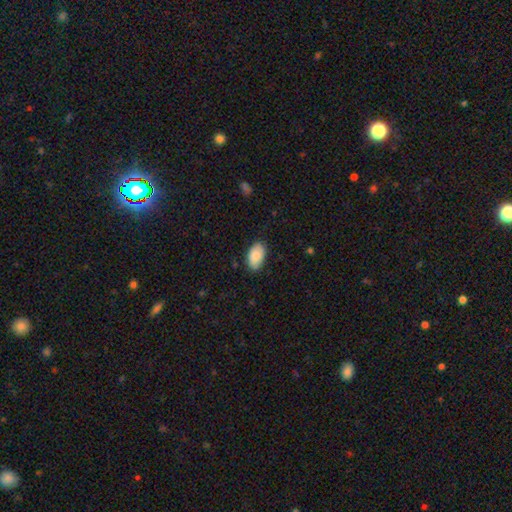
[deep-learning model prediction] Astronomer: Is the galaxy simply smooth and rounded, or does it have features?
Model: smooth — 87%.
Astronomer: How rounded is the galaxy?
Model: in between — 94%.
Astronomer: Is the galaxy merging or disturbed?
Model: none — 82%.